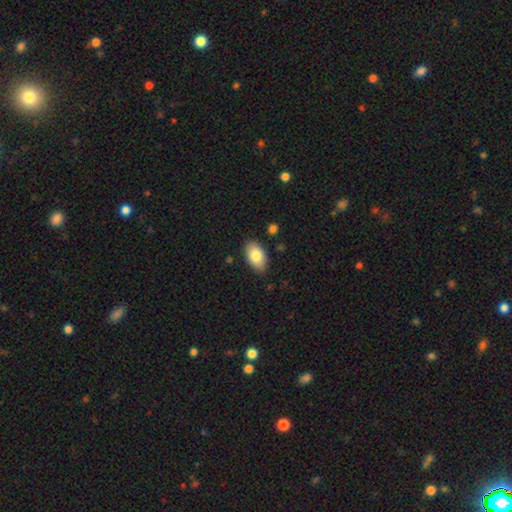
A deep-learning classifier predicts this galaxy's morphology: A smooth galaxy with no disk features (81%) that is in between round and cigar-shaped (93%). Merging: none (86%).